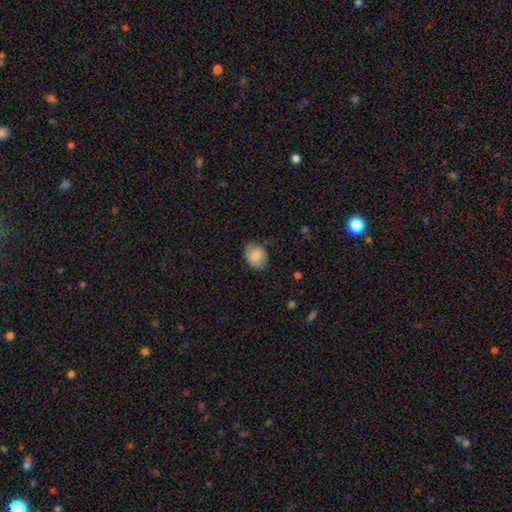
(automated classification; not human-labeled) This appears to be a smooth galaxy with no disk features (82%) that is in between round and cigar-shaped (51%). Merging: none (78%).